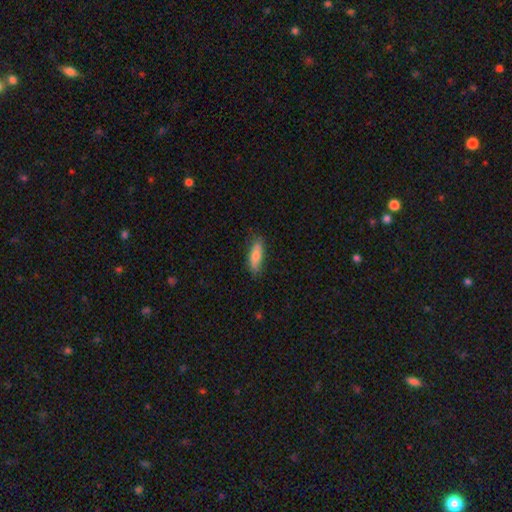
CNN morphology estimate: smooth_or_featured: smooth (p=0.74) [alt: featured or disk p=0.20]
how_rounded: in between (p=0.53) [alt: cigar-shaped p=0.45]
merging: none (p=0.79) [alt: minor disturbance p=0.17]